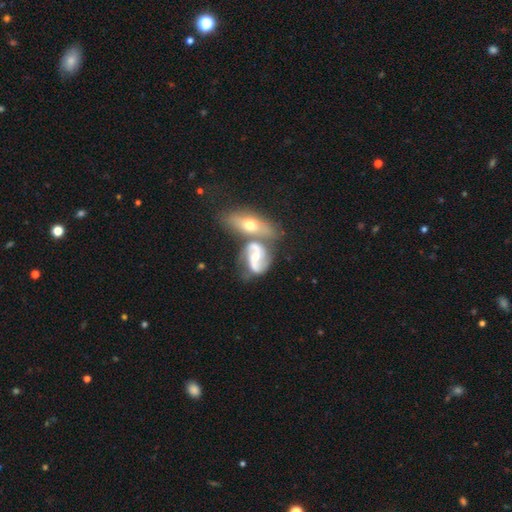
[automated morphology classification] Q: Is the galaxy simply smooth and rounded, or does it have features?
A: featured or disk — 80%.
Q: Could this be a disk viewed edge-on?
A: no — 94%.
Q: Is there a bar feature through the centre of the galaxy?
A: weak — 42%.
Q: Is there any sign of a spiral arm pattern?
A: yes — 93%.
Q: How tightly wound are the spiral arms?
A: medium — 50%.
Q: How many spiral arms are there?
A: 2 — 90%.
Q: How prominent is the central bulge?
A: moderate — 53%.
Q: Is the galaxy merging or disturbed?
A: merger — 49%.